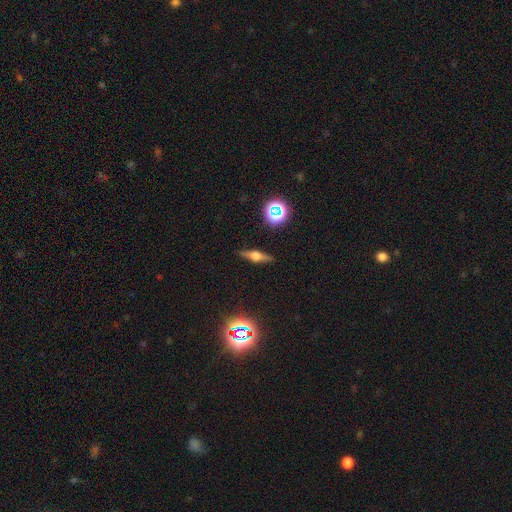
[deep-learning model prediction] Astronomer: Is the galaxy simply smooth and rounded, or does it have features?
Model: featured or disk — 62%.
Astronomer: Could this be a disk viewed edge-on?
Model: yes — 95%.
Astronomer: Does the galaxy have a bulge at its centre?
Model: rounded — 91%.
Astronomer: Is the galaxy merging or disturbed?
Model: none — 89%.